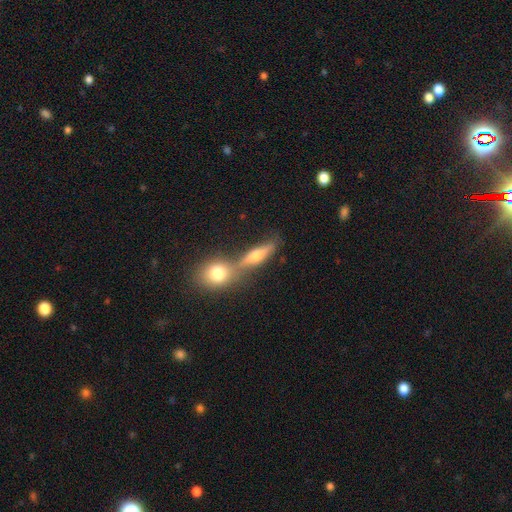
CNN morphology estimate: Smooth or featured?
  - smooth: 47% *
  - featured or disk: 40%
  - star or artifact: 13%
Merging?
  - merger: 43% *
  - none: 42%
  - minor disturbance: 10%
  - major disturbance: 5%